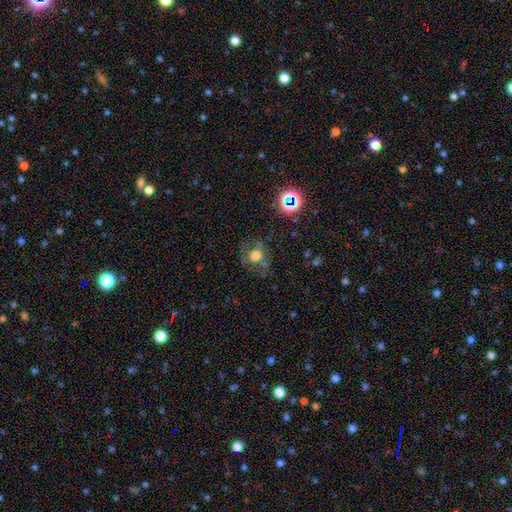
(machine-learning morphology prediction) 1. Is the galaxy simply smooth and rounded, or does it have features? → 55% smooth, 25% featured or disk, 20% star or artifact.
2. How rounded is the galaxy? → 81% round, 18% in between, 1% cigar-shaped.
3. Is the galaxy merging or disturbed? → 64% none, 19% minor disturbance, 14% major disturbance, 4% merger.